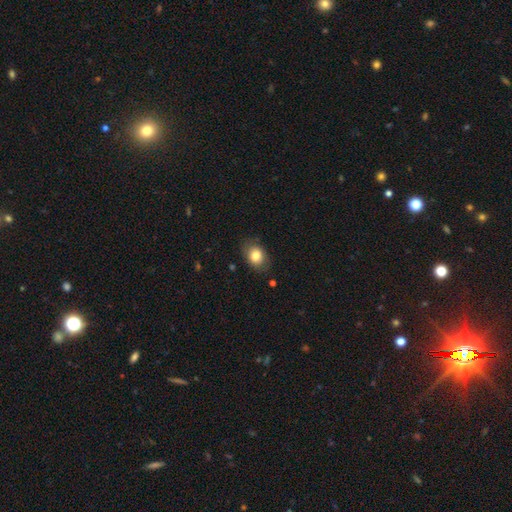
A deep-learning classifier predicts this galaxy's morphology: A smooth galaxy with no disk features (82%) that is in between round and cigar-shaped (67%). Merging: none (79%).